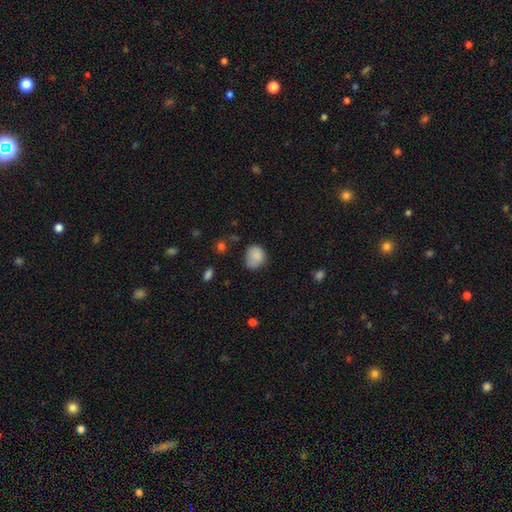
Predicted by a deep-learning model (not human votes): Smooth or featured?
  - smooth: 83% *
  - star or artifact: 9%
  - featured or disk: 8%
How rounded?
  - round: 64% *
  - in between: 35%
  - cigar-shaped: 1%
Merging?
  - none: 53% *
  - minor disturbance: 33%
  - major disturbance: 10%
  - merger: 3%